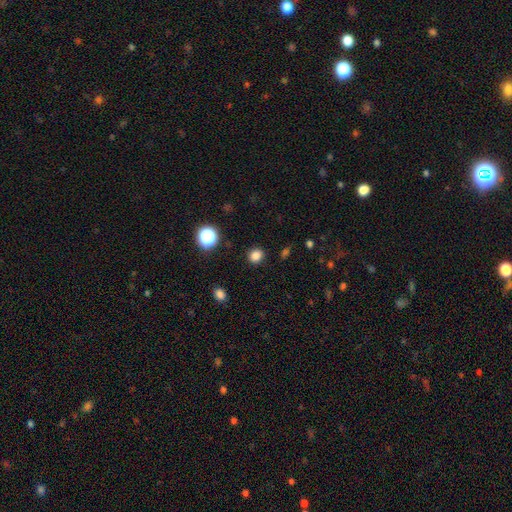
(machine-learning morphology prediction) smooth 82%, star or artifact 14%, featured or disk 4%. Down the decision tree: how rounded — round (76%); merging — none (89%).